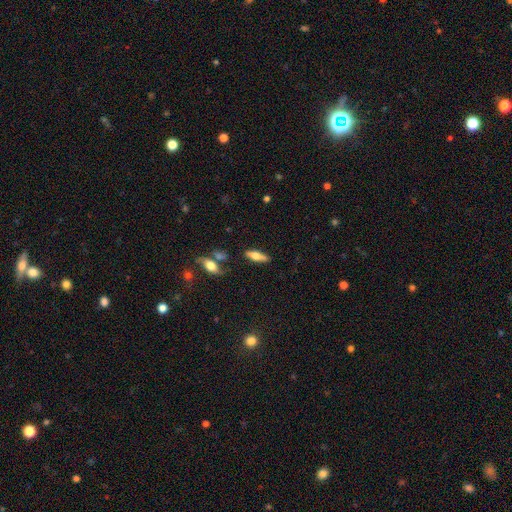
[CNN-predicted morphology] Smooth or featured? Predicted: smooth (p=0.51). How rounded? Predicted: in between (p=0.50). Merging? Predicted: none (p=0.80).